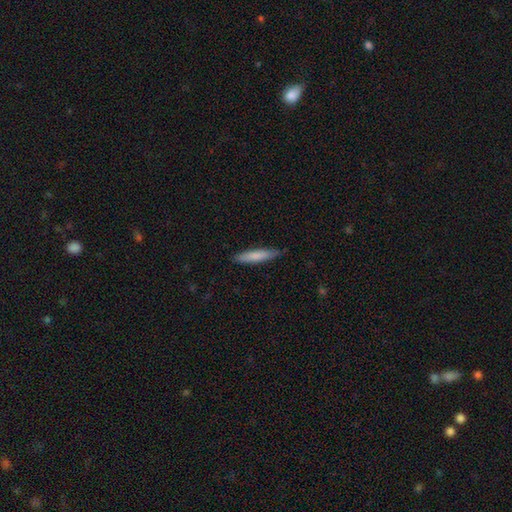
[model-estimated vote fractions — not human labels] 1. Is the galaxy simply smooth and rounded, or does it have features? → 78% smooth, 16% featured or disk, 5% star or artifact.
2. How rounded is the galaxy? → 87% cigar-shaped, 12% in between, 1% round.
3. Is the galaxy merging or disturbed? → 82% none, 15% minor disturbance, 2% major disturbance, 1% merger.